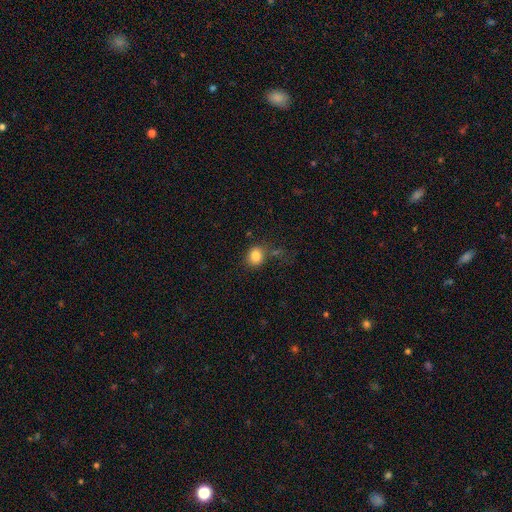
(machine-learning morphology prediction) The model was most divided on "how rounded": round: 67%, in between: 32%, cigar-shaped: 1%. More confident: smooth or featured — smooth (83%); merging — none (70%).